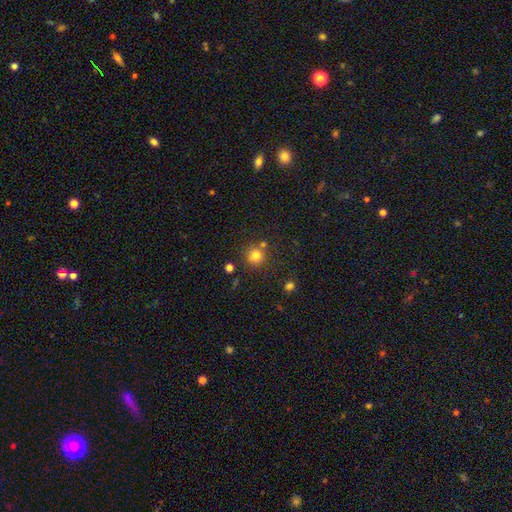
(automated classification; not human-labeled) smooth_or_featured: smooth (p=0.79) [alt: star or artifact p=0.14]
how_rounded: round (p=0.92) [alt: in between p=0.07]
merging: none (p=0.74) [alt: merger p=0.12]